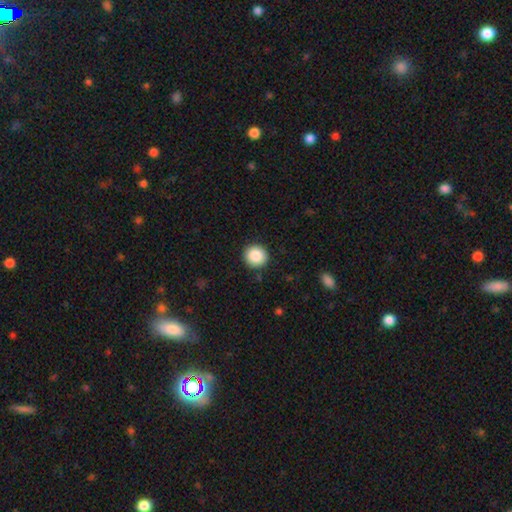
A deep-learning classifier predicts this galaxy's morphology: Q: Smooth or featured?
A: smooth (88%); runner-up: star or artifact (8%)
Q: How rounded?
A: round (93%); runner-up: in between (6%)
Q: Merging?
A: none (91%); runner-up: minor disturbance (6%)